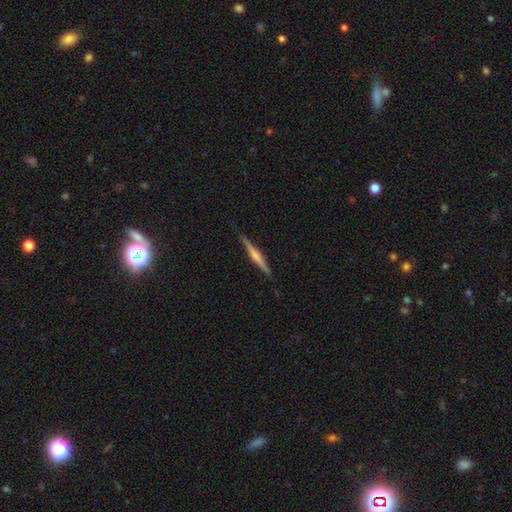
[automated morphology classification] A featured or disk galaxy (60%) viewed edge-on (98%) with a rounded central bulge (49%). Merging: none (88%).